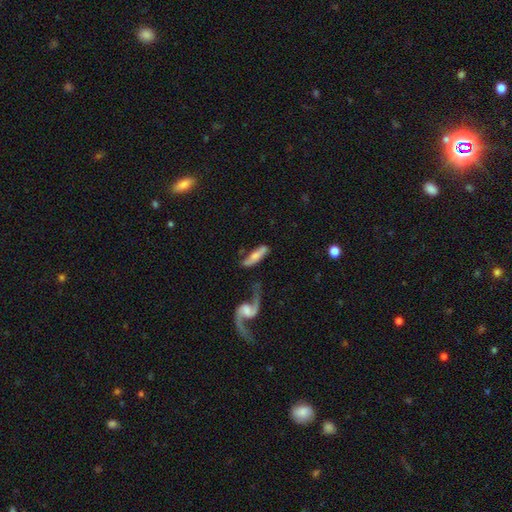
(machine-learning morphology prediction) This appears to be a smooth galaxy with no disk features (50%) that is cigar-shaped (56%). Merging: none (48%).